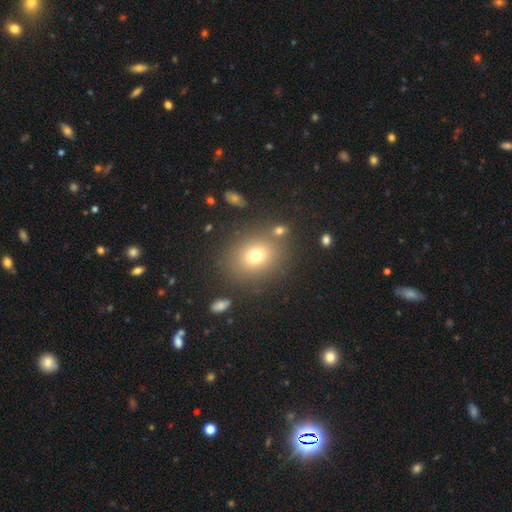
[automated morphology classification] Smooth or featured?
  - smooth: 72% *
  - star or artifact: 15%
  - featured or disk: 12%
How rounded?
  - round: 62% *
  - in between: 37%
  - cigar-shaped: 1%
Merging?
  - none: 81% *
  - minor disturbance: 9%
  - merger: 5%
  - major disturbance: 4%